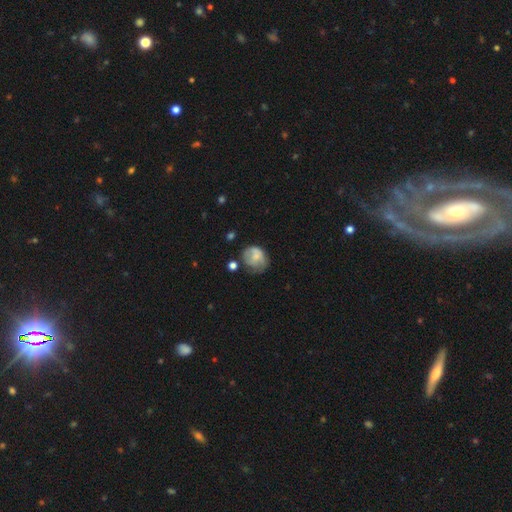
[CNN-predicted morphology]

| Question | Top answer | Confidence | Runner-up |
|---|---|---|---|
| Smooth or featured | smooth | 61% | featured or disk (30%) |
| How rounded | round | 65% | in between (34%) |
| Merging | none | 40% | minor disturbance (34%) |